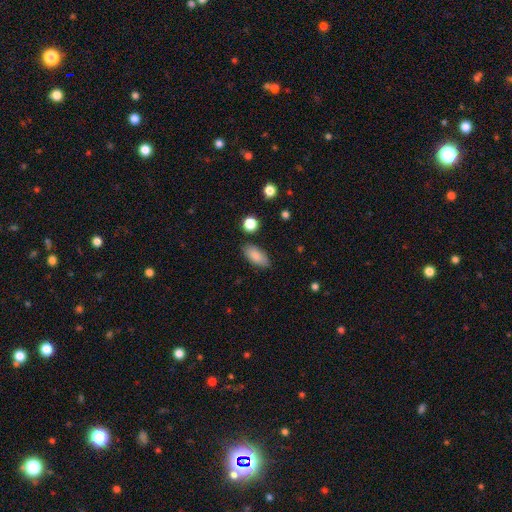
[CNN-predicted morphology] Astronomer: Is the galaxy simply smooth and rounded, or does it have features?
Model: smooth — 87%.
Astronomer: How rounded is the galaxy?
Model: in between — 89%.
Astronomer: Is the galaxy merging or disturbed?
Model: none — 84%.